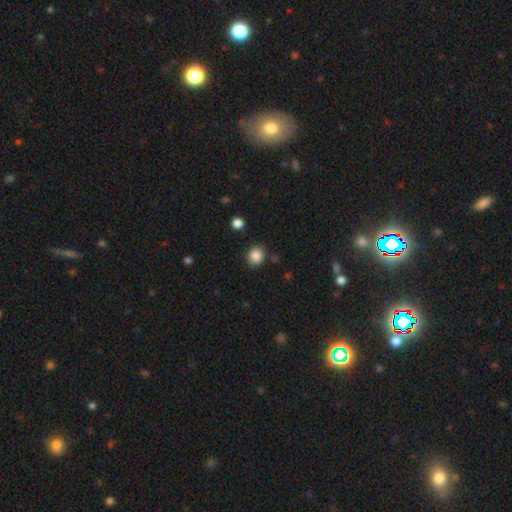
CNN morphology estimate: Smooth or featured: smooth — 86% (star or artifact — 10%)
How rounded: round — 71% (in between — 28%)
Merging: none — 82% (minor disturbance — 11%)